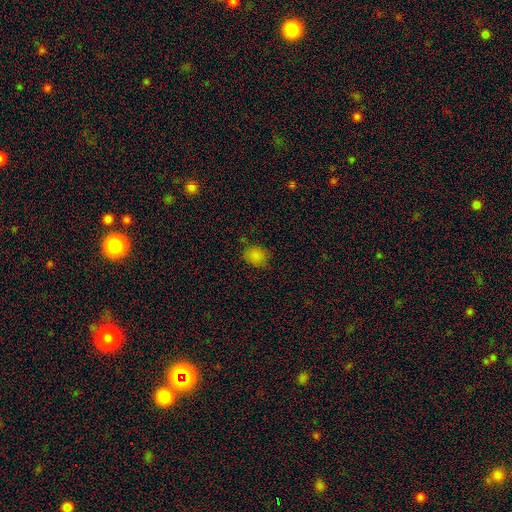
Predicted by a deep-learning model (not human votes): Overall: smooth (82%). How rounded: round (56%; in between 43%). Merging: none (73%).